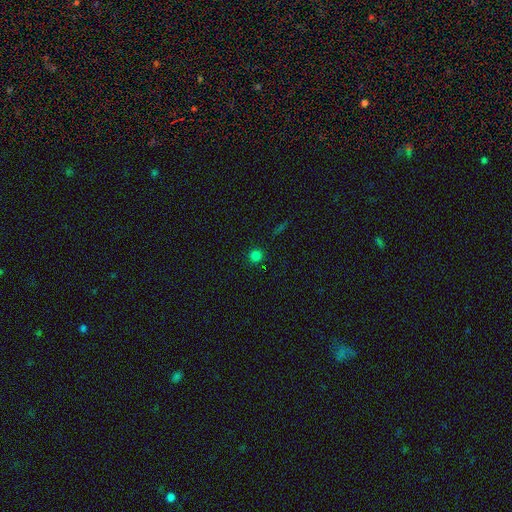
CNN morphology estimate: Smooth or featured? smooth (79%)
How rounded? round (94%)
Merging? none (91%)